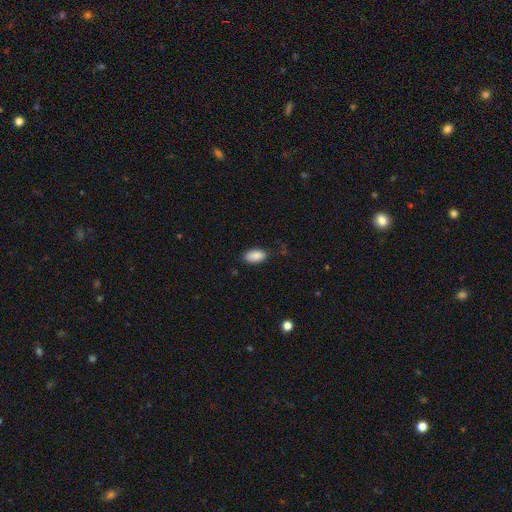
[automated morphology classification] type=smooth (89%); roundness=in between (94%); merging=none (81%).